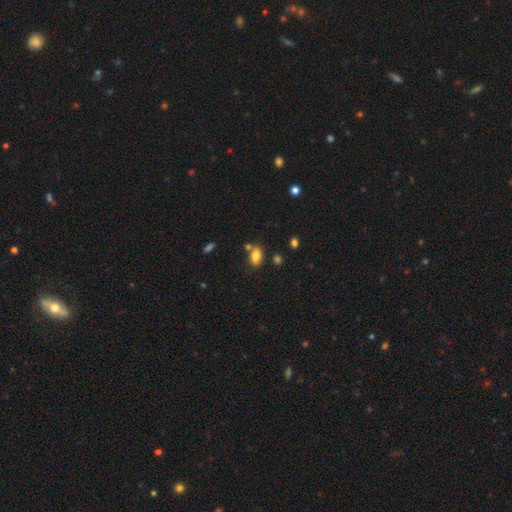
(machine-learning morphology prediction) Overall: smooth (80%). How rounded: in between (89%). Merging: none (70%).